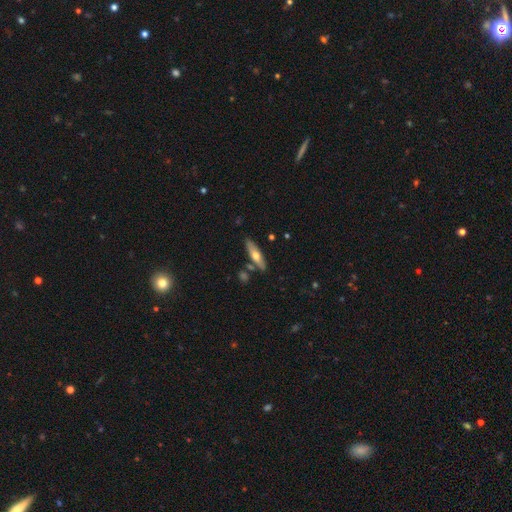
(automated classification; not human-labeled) Overall: smooth (51%; featured or disk 43%). How rounded: cigar-shaped (61%; in between 36%). Merging: none (79%).